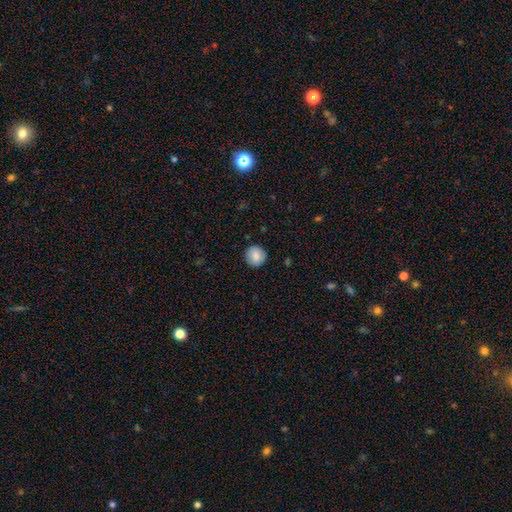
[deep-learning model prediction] smooth-or-featured: smooth: 85% | star or artifact: 8% | featured or disk: 7%
  how-rounded: round: 93% | in between: 6% | cigar-shaped: 1%
  merging: none: 90% | minor disturbance: 7% | major disturbance: 2% | merger: 1%